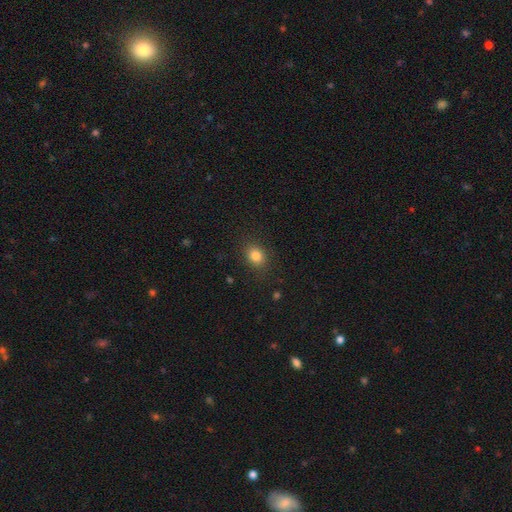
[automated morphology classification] Overall: smooth (83%). How rounded: in between (52%; round 47%). Merging: none (86%).